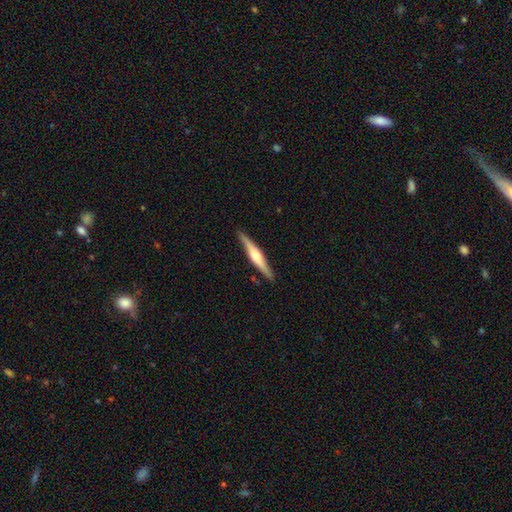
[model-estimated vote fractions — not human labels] The model was most divided on "smooth or featured": featured or disk: 66%, smooth: 29%, star or artifact: 5%. More confident: edge-on disk — yes (97%); merging — none (89%); edge-on bulge — rounded (77%).